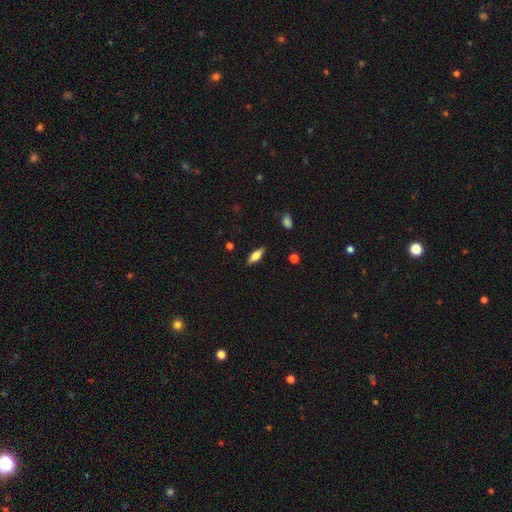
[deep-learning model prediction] Smooth or featured? Predicted: smooth (p=0.56). How rounded? Predicted: in between (p=0.63). Merging? Predicted: none (p=0.86).